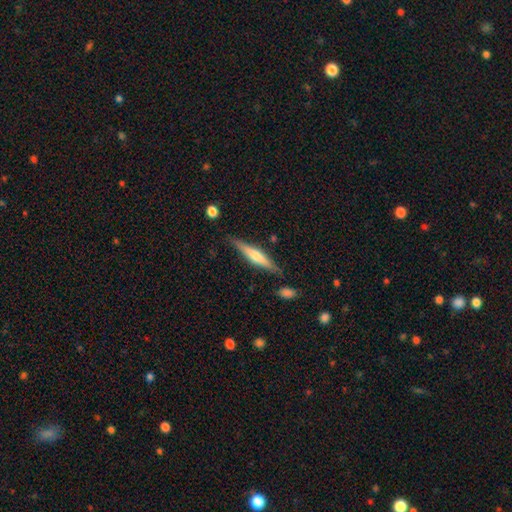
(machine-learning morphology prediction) Smooth or featured? featured or disk (58%)
Edge-on disk? yes (96%)
Edge-on bulge? rounded (76%)
Merging? none (84%)